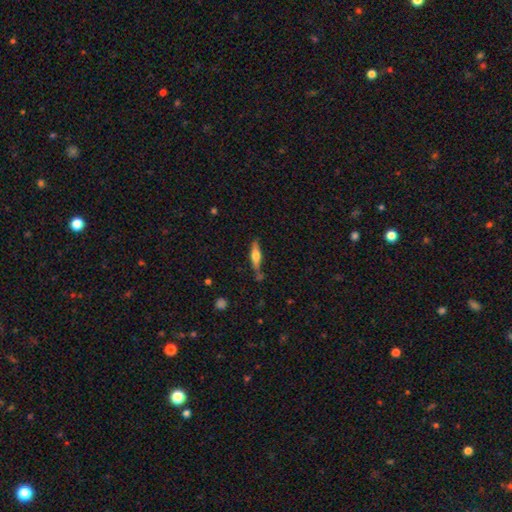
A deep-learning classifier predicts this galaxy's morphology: This is possibly a featured or disk galaxy (51%). It is clearly viewed edge-on (93%). Merging: likely none (71%).